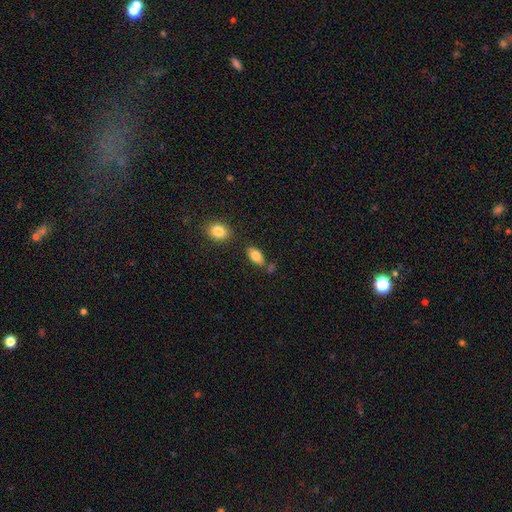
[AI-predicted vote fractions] The model was most divided on "merging": none: 71%, minor disturbance: 14%, merger: 11%, major disturbance: 4%. More confident: how rounded — in between (90%); smooth or featured — smooth (82%).